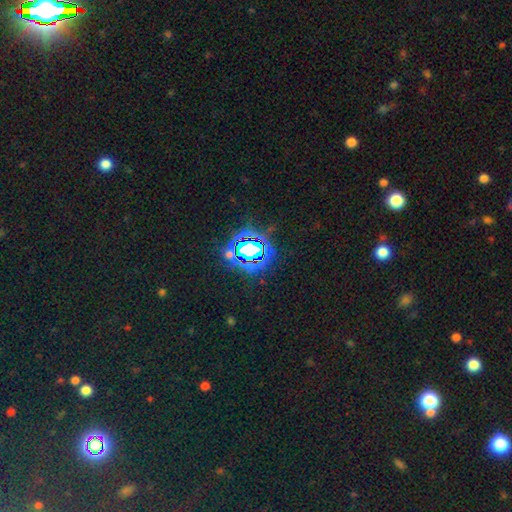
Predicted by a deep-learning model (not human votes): A star or artifact, not a galaxy (79%).